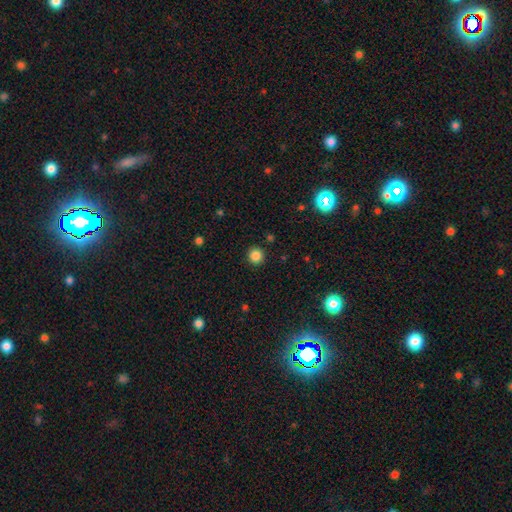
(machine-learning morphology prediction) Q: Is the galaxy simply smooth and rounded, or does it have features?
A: smooth — 85%.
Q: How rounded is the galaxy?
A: round — 93%.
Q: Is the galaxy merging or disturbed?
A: none — 92%.